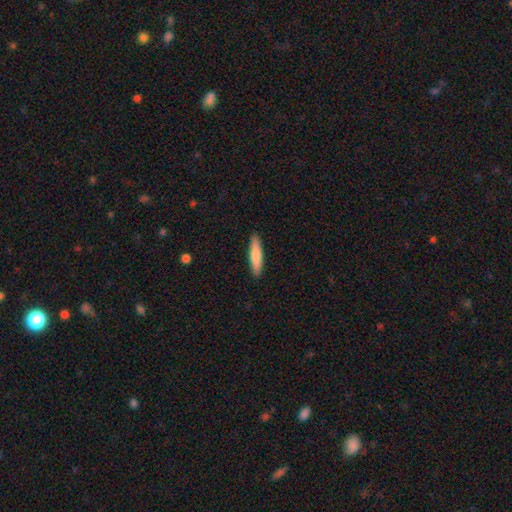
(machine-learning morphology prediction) Q: Smooth or featured?
A: smooth (78%); runner-up: featured or disk (17%)
Q: How rounded?
A: cigar-shaped (82%); runner-up: in between (16%)
Q: Merging?
A: none (91%); runner-up: minor disturbance (7%)